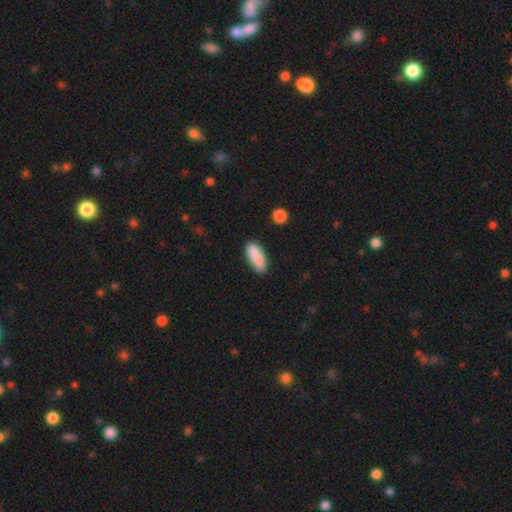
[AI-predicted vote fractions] smooth_or_featured: smooth (p=0.88) [alt: star or artifact p=0.07]
how_rounded: in between (p=0.69) [alt: cigar-shaped p=0.28]
merging: none (p=0.78) [alt: minor disturbance p=0.17]